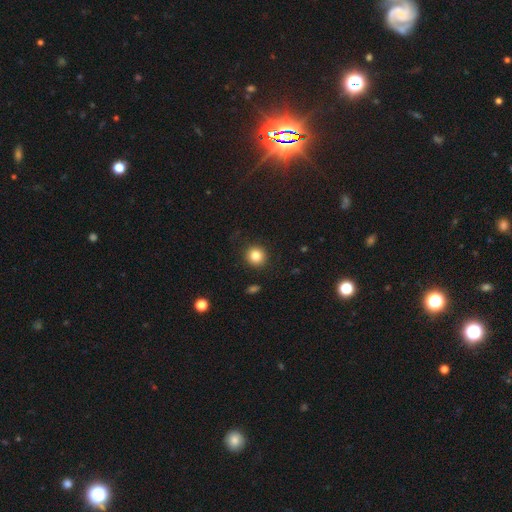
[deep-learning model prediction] Smooth or featured: smooth — 83% (star or artifact — 11%)
How rounded: round — 91% (in between — 8%)
Merging: none — 90% (minor disturbance — 6%)